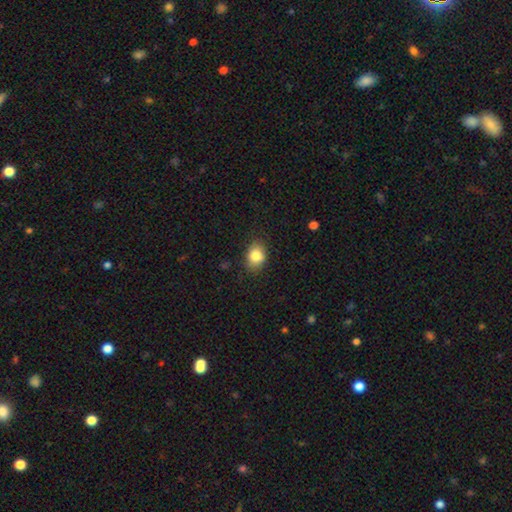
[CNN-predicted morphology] A smooth galaxy with no disk features (83%) that is in between round and cigar-shaped (63%). Merging: none (81%).